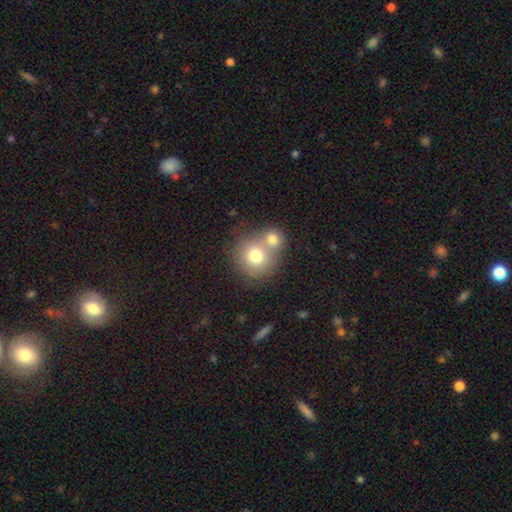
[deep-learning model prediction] smooth-or-featured: smooth: 73% | featured or disk: 17% | star or artifact: 11%
  how-rounded: round: 87% | in between: 12% | cigar-shaped: 1%
  merging: merger: 49% | none: 40% | minor disturbance: 8% | major disturbance: 3%